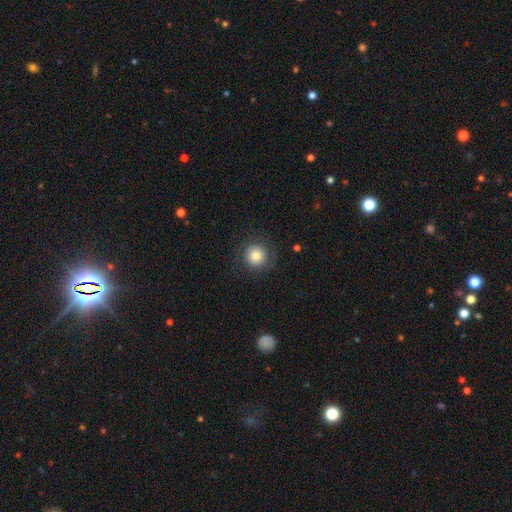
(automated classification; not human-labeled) This appears to be a smooth galaxy with no disk features (82%) that is round (94%). Merging: none (85%).